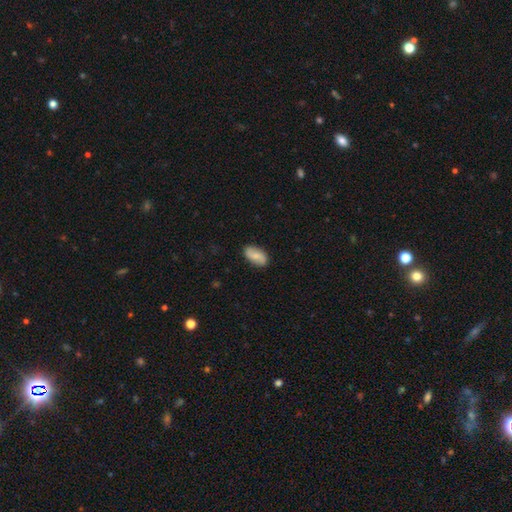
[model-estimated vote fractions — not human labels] smooth_or_featured: smooth (p=0.56) [alt: featured or disk p=0.38]
how_rounded: in between (p=0.92) [alt: cigar-shaped p=0.04]
merging: none (p=0.85) [alt: minor disturbance p=0.12]